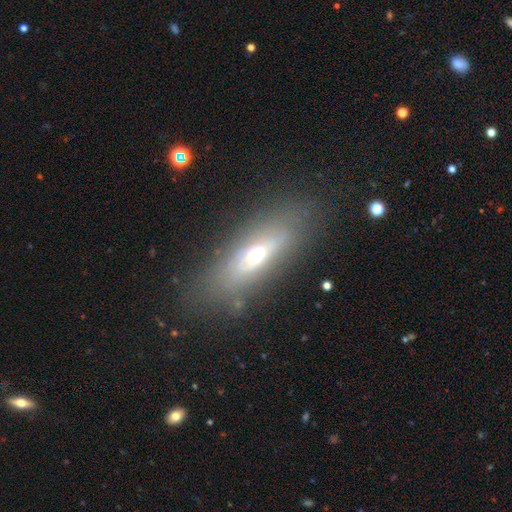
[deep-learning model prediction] The model was most divided on "smooth or featured": smooth: 45%, featured or disk: 44%, star or artifact: 11%. More confident: merging — none (77%).